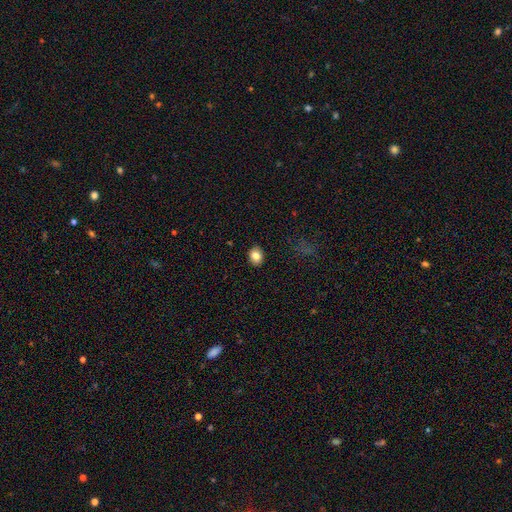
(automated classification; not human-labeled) smooth-or-featured: smooth: 83% | star or artifact: 9% | featured or disk: 8%
  how-rounded: in between: 50% | round: 49% | cigar-shaped: 1%
  merging: none: 89% | minor disturbance: 8% | major disturbance: 2% | merger: 1%